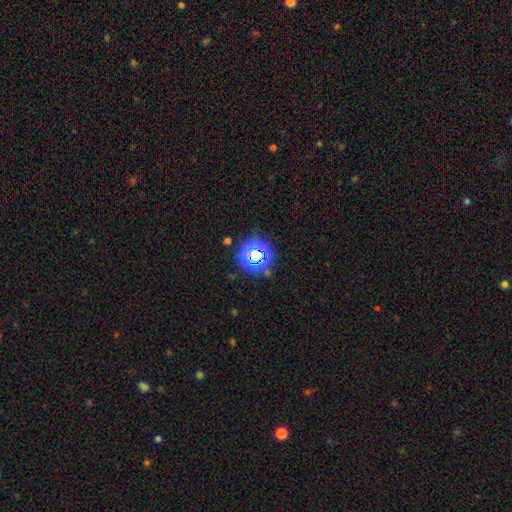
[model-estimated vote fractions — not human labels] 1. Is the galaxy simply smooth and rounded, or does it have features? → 65% star or artifact, 24% smooth, 11% featured or disk.